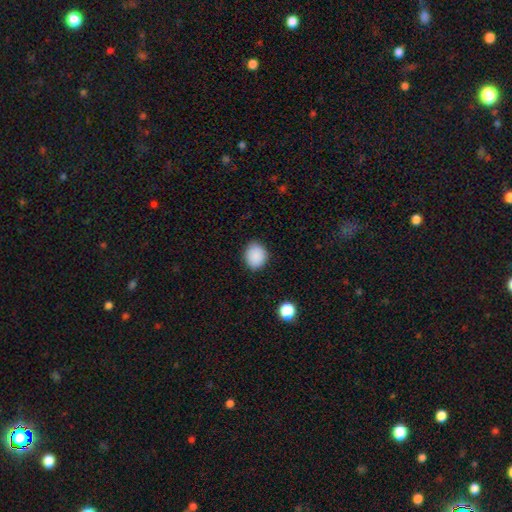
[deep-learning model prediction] A smooth galaxy with no disk features (89%) that is round (60%).

Vote fractions:
- Smooth or featured? smooth: 89% / star or artifact: 8% / featured or disk: 3%
- How rounded? round: 60% / in between: 39% / cigar-shaped: 1%
- Merging? none: 87% / minor disturbance: 9% / major disturbance: 2% / merger: 1%